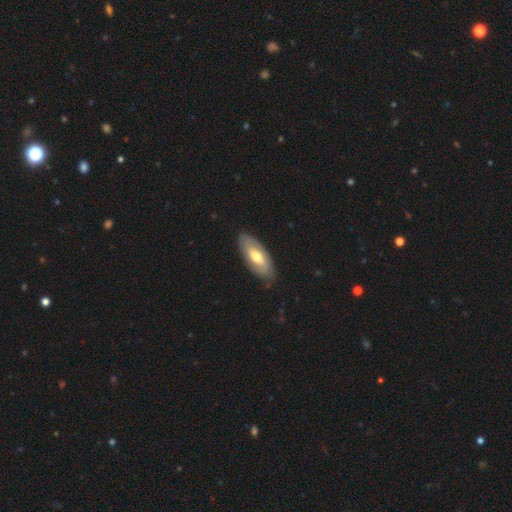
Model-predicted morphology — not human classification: smooth 49%, featured or disk 46%, star or artifact 5%. Down the decision tree: merging — none (84%).